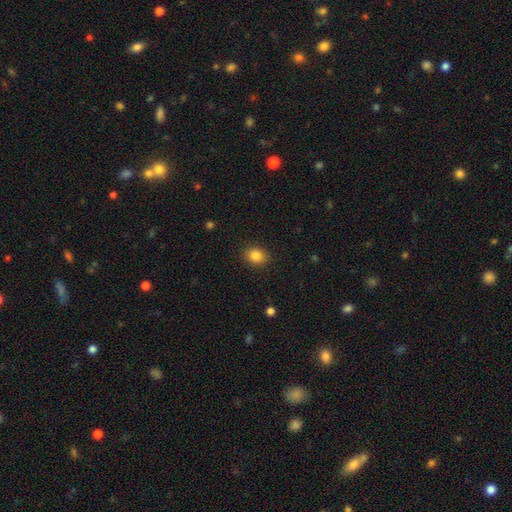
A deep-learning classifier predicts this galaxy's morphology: A smooth galaxy with no disk features (85%) that is in between round and cigar-shaped (53%). Merging: none (89%).